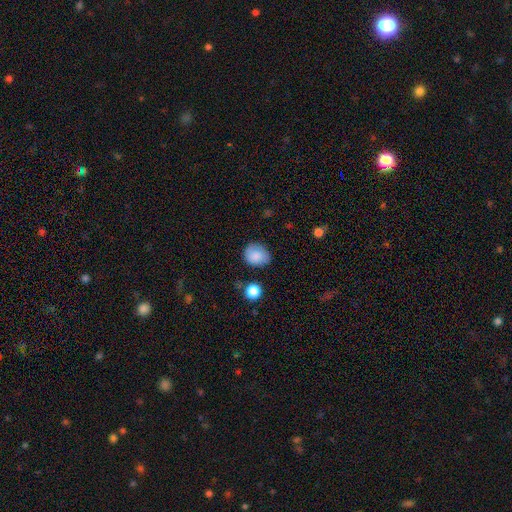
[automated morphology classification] A smooth galaxy with no disk features (85%) that is round (60%).

Vote fractions:
- Smooth or featured? smooth: 85% / star or artifact: 8% / featured or disk: 7%
- How rounded? round: 60% / in between: 39% / cigar-shaped: 1%
- Merging? none: 70% / minor disturbance: 22% / major disturbance: 5% / merger: 3%